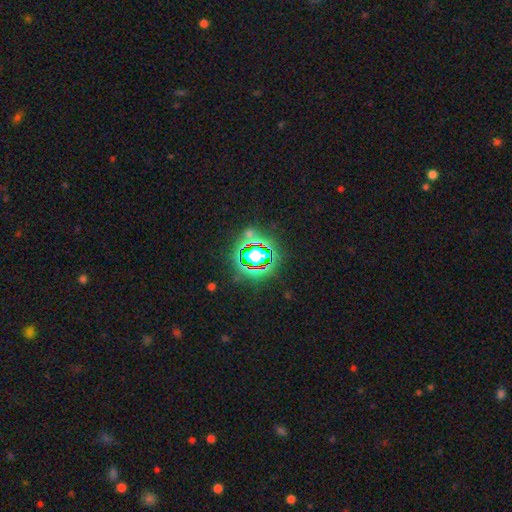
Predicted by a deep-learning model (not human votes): A star or artifact, not a galaxy (81%).

Vote fractions:
- Smooth or featured? star or artifact: 81% / smooth: 12% / featured or disk: 8%